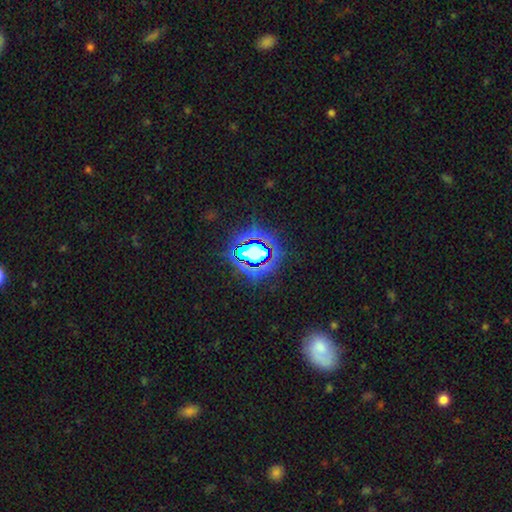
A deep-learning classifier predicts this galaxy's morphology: The model was most divided on "smooth or featured": star or artifact: 70%, smooth: 18%, featured or disk: 12%.